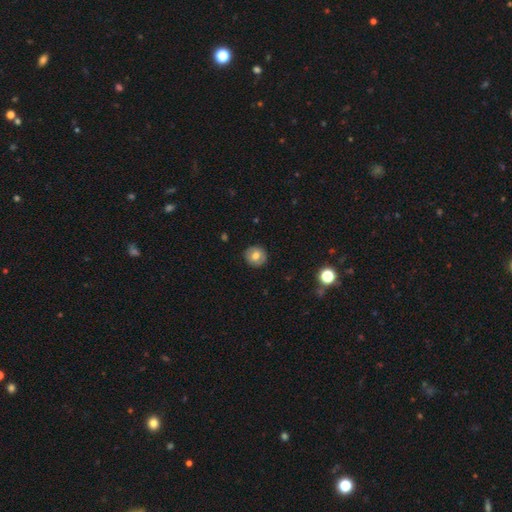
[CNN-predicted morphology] This appears to be a smooth galaxy with no disk features (71%) that is round (90%). Merging: none (89%).